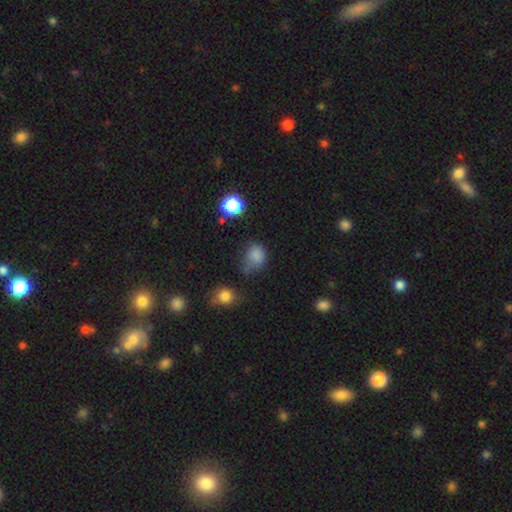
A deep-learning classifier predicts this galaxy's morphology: Smooth or featured? Predicted: smooth (p=0.78). How rounded? Predicted: round (p=0.52). Merging? Predicted: none (p=0.44).